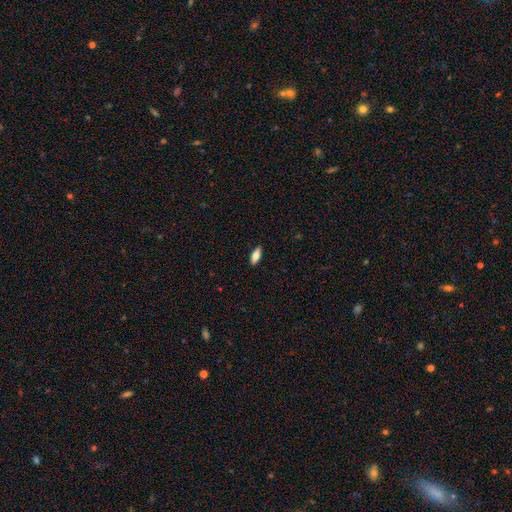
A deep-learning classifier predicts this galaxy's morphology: Smooth or featured: smooth — 76% (featured or disk — 17%)
How rounded: in between — 72% (cigar-shaped — 25%)
Merging: none — 89% (minor disturbance — 8%)